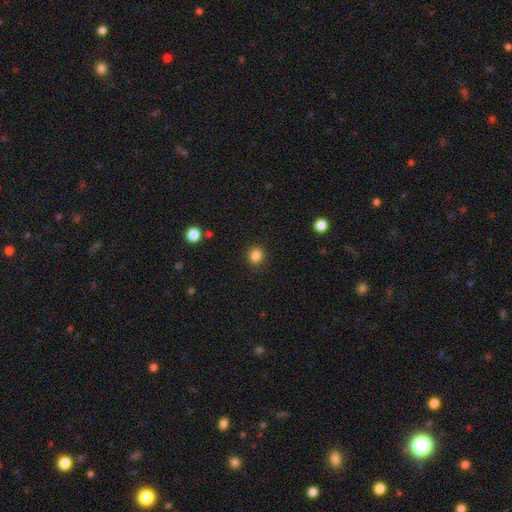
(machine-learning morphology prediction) This appears to be a smooth galaxy with no disk features (84%) that is round (89%). Merging: none (90%).